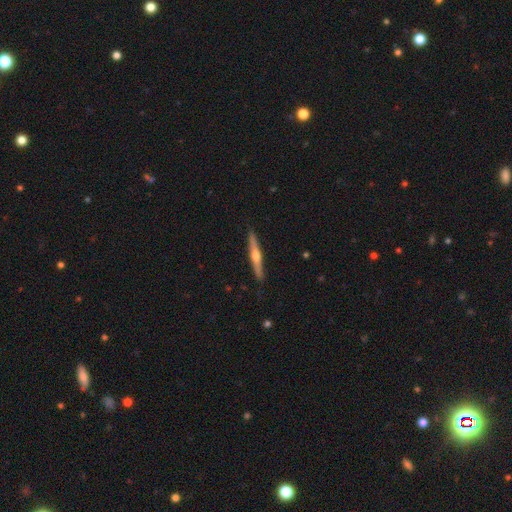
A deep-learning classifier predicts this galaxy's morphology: A featured or disk galaxy (67%) viewed edge-on (97%) with a rounded central bulge (90%). Merging: none (90%).